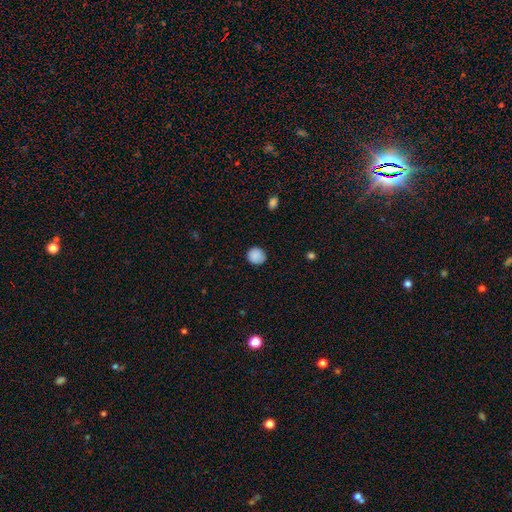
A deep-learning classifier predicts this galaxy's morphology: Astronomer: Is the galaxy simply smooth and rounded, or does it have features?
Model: smooth — 88%.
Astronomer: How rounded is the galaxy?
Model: round — 89%.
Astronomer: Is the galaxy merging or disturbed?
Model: none — 85%.